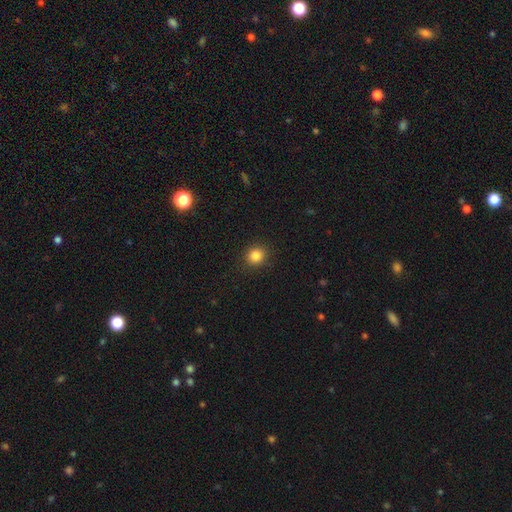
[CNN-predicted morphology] type=smooth (84%); roundness=round (85%); merging=none (91%).